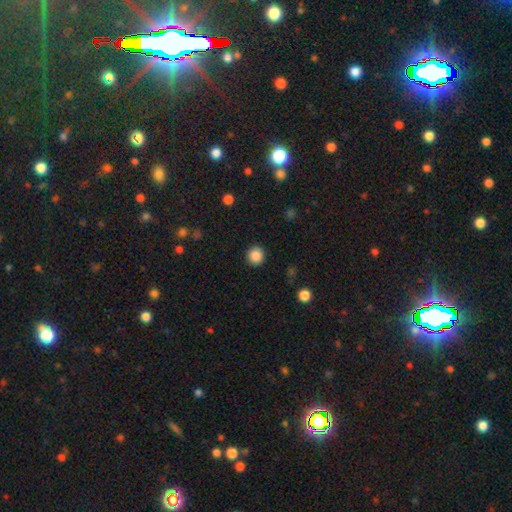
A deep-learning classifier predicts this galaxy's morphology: A smooth galaxy with no disk features (87%) that is round (92%). Merging: none (91%).